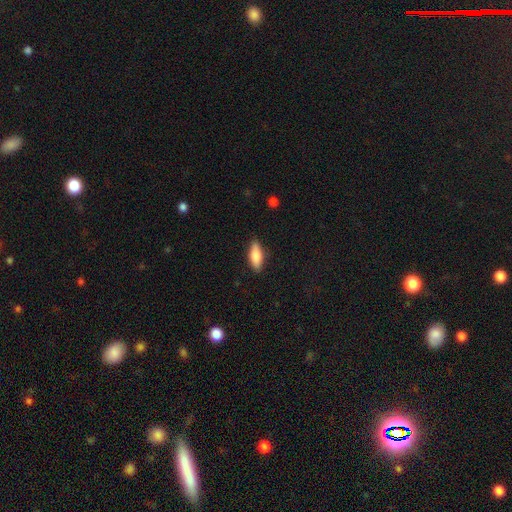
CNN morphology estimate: smooth-or-featured: smooth: 79% | featured or disk: 15% | star or artifact: 6%
  how-rounded: in between: 68% | cigar-shaped: 29% | round: 2%
  merging: none: 86% | minor disturbance: 11% | major disturbance: 2% | merger: 1%